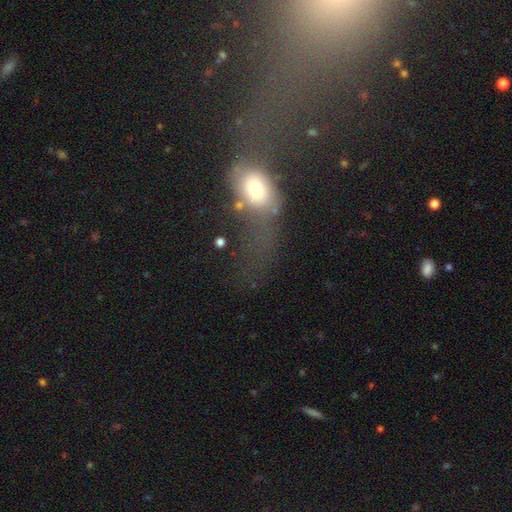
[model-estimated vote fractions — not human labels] featured or disk 44%, smooth 38%, star or artifact 19%. Down the decision tree: merging — major disturbance (52%).